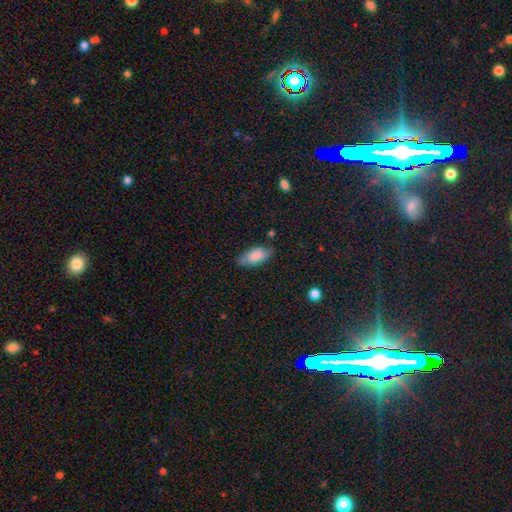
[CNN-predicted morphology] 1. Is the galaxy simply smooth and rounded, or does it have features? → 74% smooth, 18% featured or disk, 7% star or artifact.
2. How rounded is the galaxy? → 88% in between, 10% cigar-shaped, 3% round.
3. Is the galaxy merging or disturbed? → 73% none, 20% minor disturbance, 4% major disturbance, 2% merger.